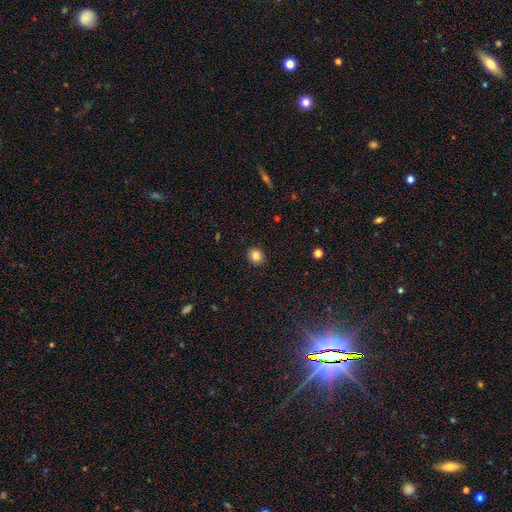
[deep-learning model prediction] Smooth or featured? Predicted: smooth (p=0.85). How rounded? Predicted: round (p=0.77). Merging? Predicted: none (p=0.92).